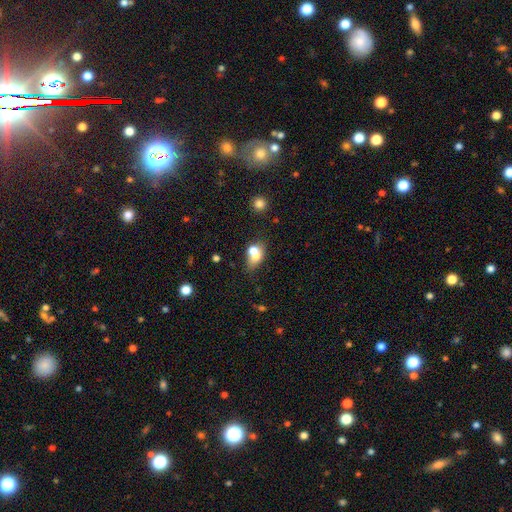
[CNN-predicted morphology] Q: Smooth or featured?
A: smooth (67%); runner-up: featured or disk (21%)
Q: How rounded?
A: in between (59%); runner-up: round (39%)
Q: Merging?
A: merger (53%); runner-up: none (29%)